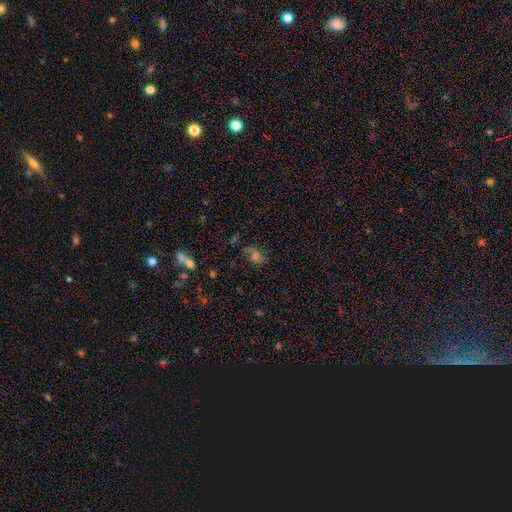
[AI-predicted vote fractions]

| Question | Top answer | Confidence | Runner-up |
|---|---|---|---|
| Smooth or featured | smooth | 53% | star or artifact (24%) |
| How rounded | in between | 50% | round (48%) |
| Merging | none | 56% | minor disturbance (22%) |